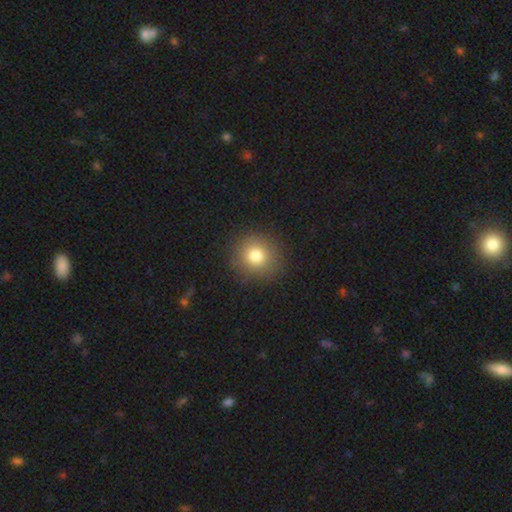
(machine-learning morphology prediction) smooth-or-featured: smooth: 79% | star or artifact: 12% | featured or disk: 8%
  how-rounded: round: 92% | in between: 7% | cigar-shaped: 1%
  merging: none: 89% | minor disturbance: 7% | major disturbance: 3% | merger: 1%